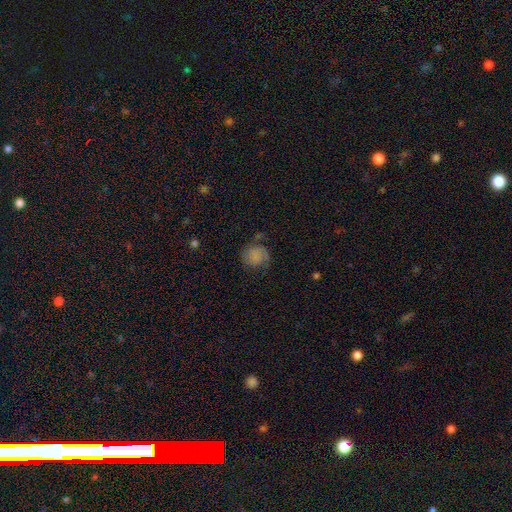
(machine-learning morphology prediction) smooth 54%, featured or disk 35%, star or artifact 11%. Down the decision tree: how rounded — round (78%); merging — none (57%).